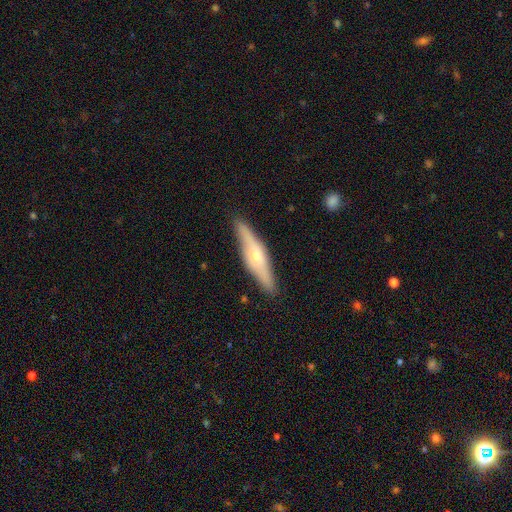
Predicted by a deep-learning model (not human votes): featured or disk 61%, smooth 33%, star or artifact 6%. Down the decision tree: edge-on disk — yes (87%); edge-on bulge — rounded (87%); merging — none (86%).